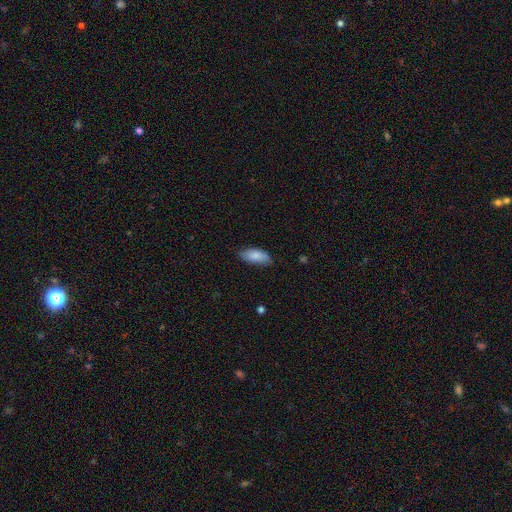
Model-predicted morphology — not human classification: This appears to be a smooth galaxy with no disk features (85%) that is in between round and cigar-shaped (87%). Merging: none (76%).